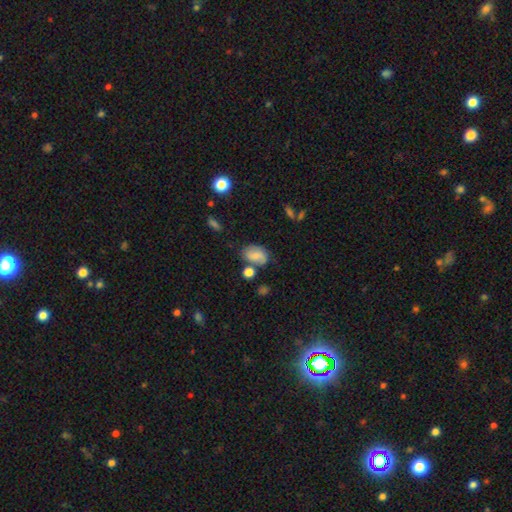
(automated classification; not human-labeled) The model was most divided on "merging": none: 57%, minor disturbance: 22%, merger: 13%, major disturbance: 8%. More confident: how rounded — in between (80%); smooth or featured — smooth (67%).